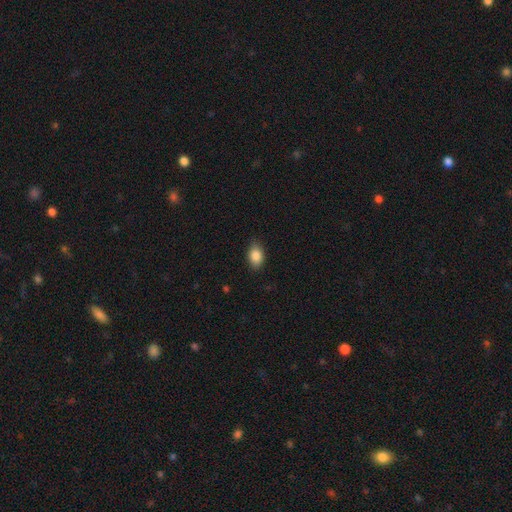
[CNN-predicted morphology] type=smooth (86%); roundness=in between (84%); merging=none (80%).